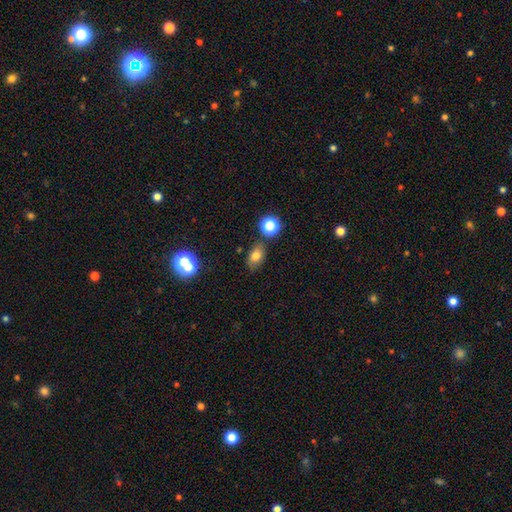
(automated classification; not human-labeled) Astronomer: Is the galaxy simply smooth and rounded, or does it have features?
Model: smooth — 75%.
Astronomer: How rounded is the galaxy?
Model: in between — 77%.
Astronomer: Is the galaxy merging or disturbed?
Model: none — 75%.